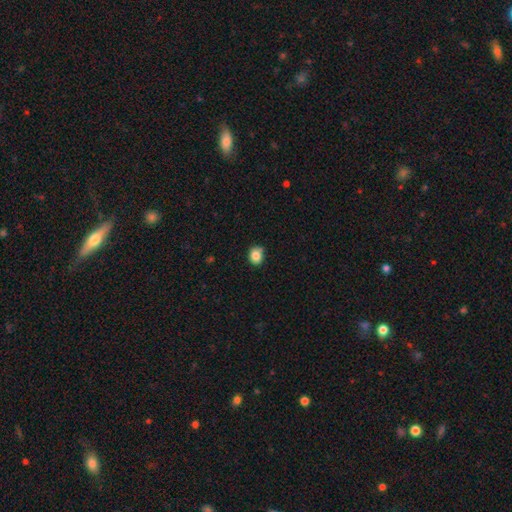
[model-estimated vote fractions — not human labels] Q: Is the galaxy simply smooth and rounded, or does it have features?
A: smooth — 84%.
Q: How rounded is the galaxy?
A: round — 64%.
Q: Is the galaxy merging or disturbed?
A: none — 72%.